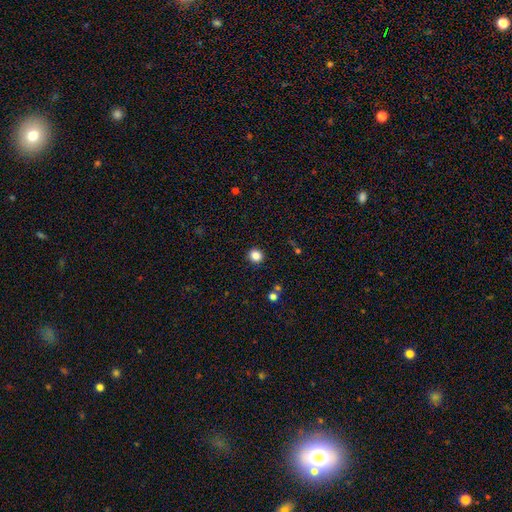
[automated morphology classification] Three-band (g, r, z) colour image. It shows a smooth galaxy with no disk features (84%) that is round (90%). Merging: none (91%).